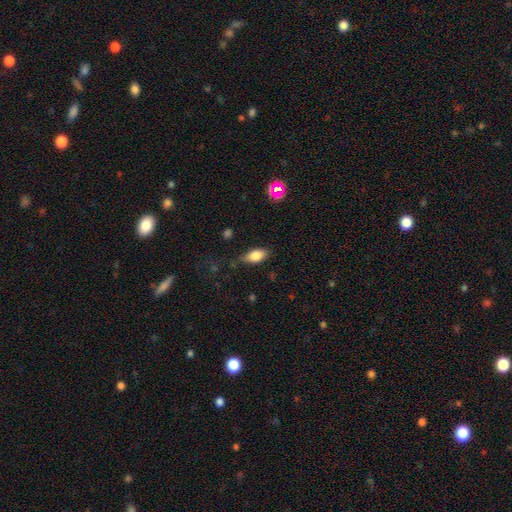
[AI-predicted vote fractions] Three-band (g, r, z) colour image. It shows a smooth galaxy with no disk features (80%) that is in between round and cigar-shaped (87%). Merging: none (73%).